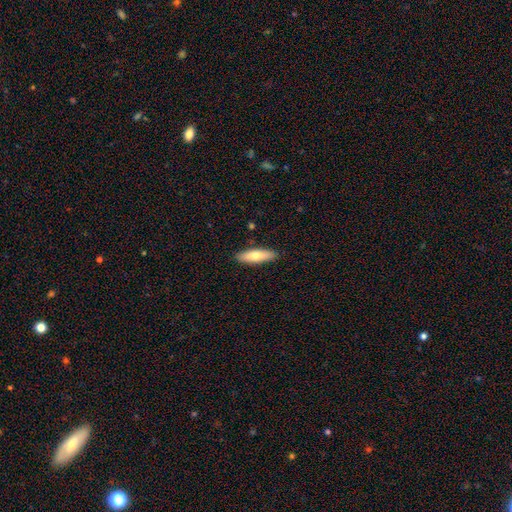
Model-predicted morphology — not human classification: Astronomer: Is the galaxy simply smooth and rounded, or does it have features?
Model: smooth — 69%.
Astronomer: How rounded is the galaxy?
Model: cigar-shaped — 58% (runner-up: in between, 40%).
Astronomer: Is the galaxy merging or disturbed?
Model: none — 89%.